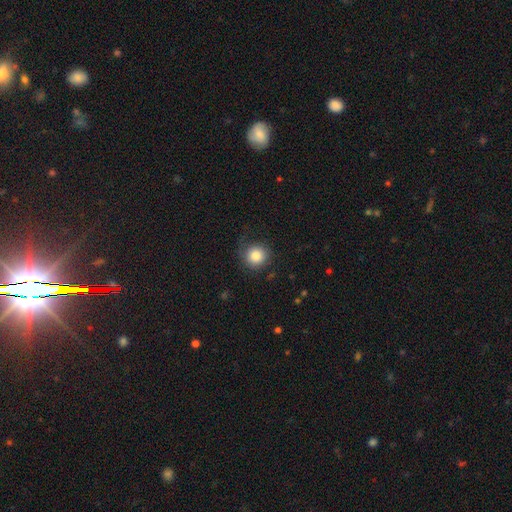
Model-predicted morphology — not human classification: Q: Smooth or featured?
A: smooth (83%); runner-up: star or artifact (9%)
Q: How rounded?
A: round (92%); runner-up: in between (7%)
Q: Merging?
A: none (74%); runner-up: minor disturbance (17%)